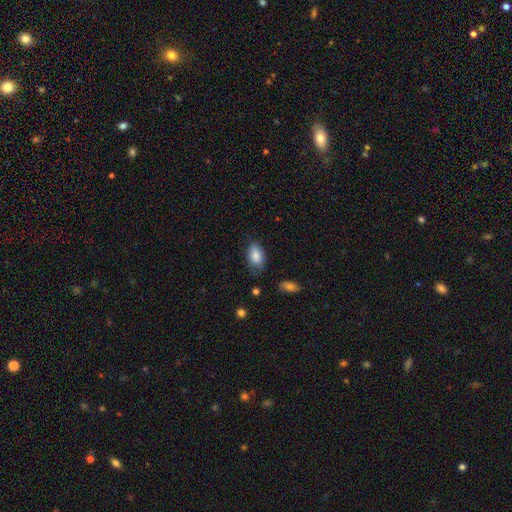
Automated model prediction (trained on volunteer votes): A smooth galaxy with no disk features (85%) that is in between round and cigar-shaped (91%). Merging: none (72%).